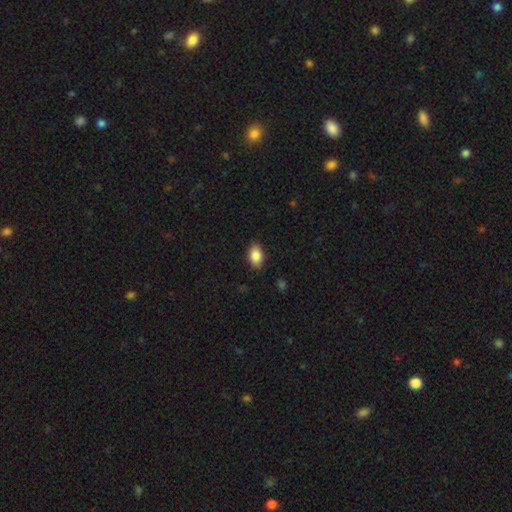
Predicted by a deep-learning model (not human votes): Smooth or featured? smooth (85%)
How rounded? in between (88%)
Merging? none (85%)